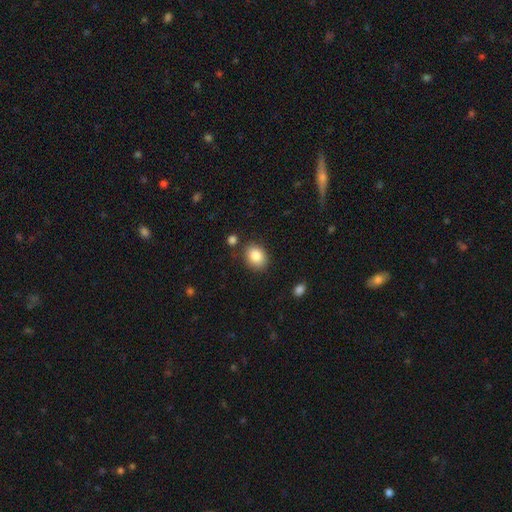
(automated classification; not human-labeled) Smooth or featured?
  - smooth: 86% *
  - star or artifact: 8%
  - featured or disk: 6%
How rounded?
  - in between: 61% *
  - round: 38%
  - cigar-shaped: 1%
Merging?
  - none: 81% *
  - minor disturbance: 12%
  - merger: 4%
  - major disturbance: 3%